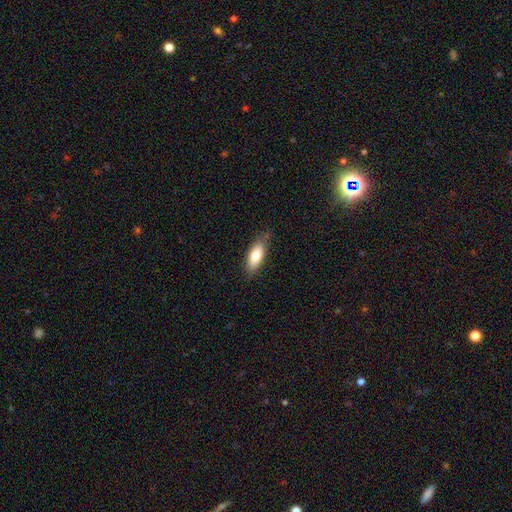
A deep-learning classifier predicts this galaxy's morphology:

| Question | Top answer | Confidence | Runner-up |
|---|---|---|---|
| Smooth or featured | smooth | 79% | featured or disk (14%) |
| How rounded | in between | 72% | cigar-shaped (25%) |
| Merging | none | 78% | minor disturbance (17%) |